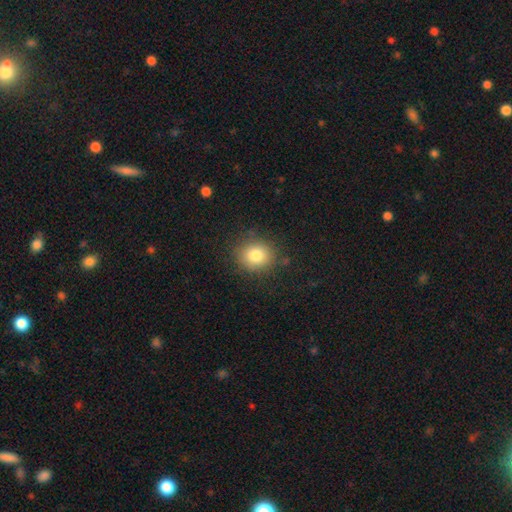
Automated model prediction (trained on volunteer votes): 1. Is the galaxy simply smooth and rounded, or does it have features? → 81% smooth, 11% star or artifact, 8% featured or disk.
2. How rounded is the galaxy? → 73% round, 26% in between, 1% cigar-shaped.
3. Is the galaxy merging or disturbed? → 85% none, 10% minor disturbance, 3% major disturbance, 1% merger.